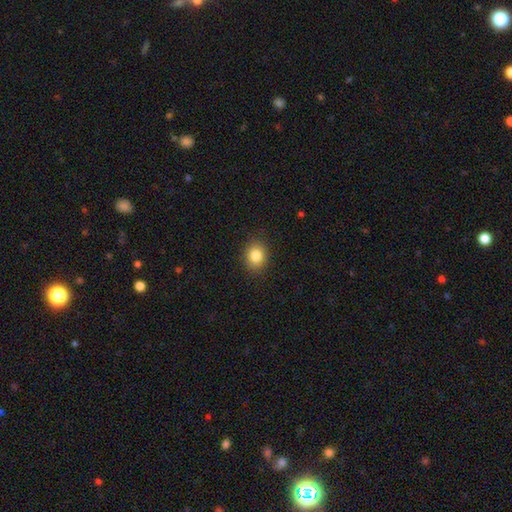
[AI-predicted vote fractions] smooth-or-featured: smooth: 83% | star or artifact: 10% | featured or disk: 7%
  how-rounded: round: 53% | in between: 46% | cigar-shaped: 1%
  merging: none: 88% | minor disturbance: 9% | major disturbance: 2% | merger: 1%